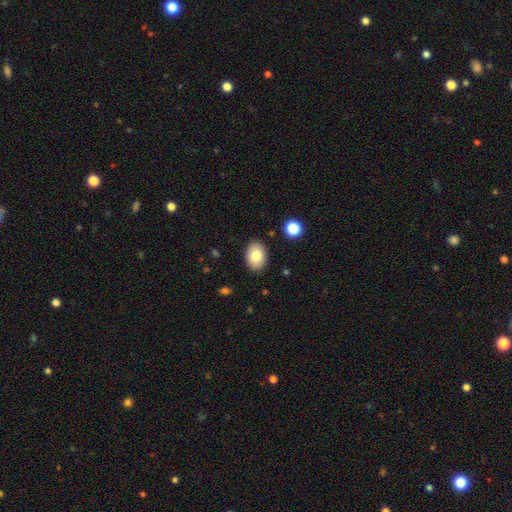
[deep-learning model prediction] This is clearly a smooth galaxy (81%). How rounded: clearly in between (80%). Merging: clearly none (87%).